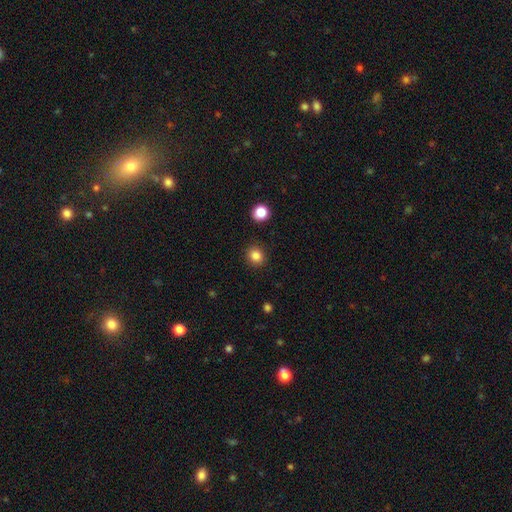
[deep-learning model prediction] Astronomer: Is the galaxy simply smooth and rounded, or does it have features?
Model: smooth — 84%.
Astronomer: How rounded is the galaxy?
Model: round — 87%.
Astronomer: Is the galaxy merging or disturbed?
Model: none — 91%.